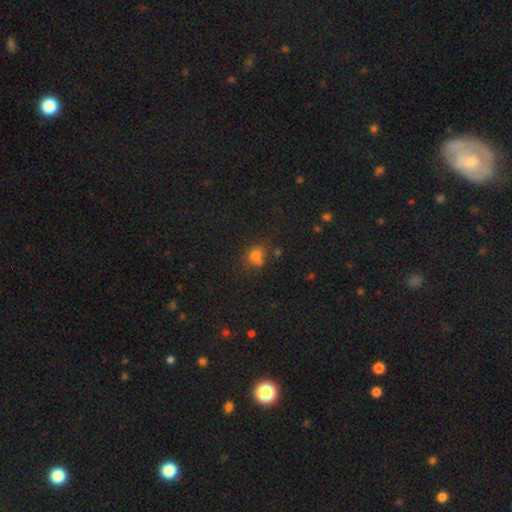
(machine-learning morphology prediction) Smooth or featured? Predicted: smooth (p=0.66). How rounded? Predicted: round (p=0.64). Merging? Predicted: none (p=0.52).